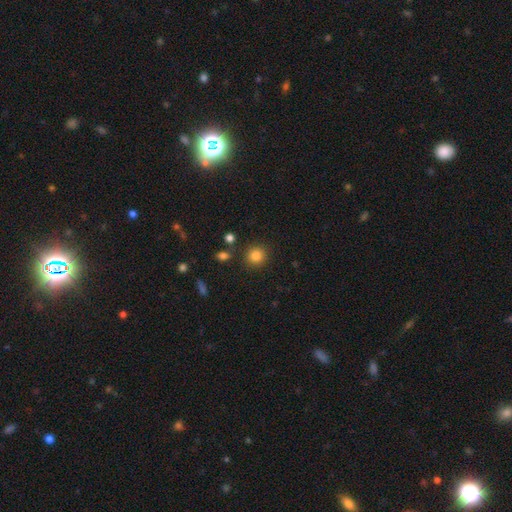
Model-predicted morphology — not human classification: The model was most divided on "smooth or featured": smooth: 84%, star or artifact: 11%, featured or disk: 5%. More confident: how rounded — round (90%); merging — none (87%).